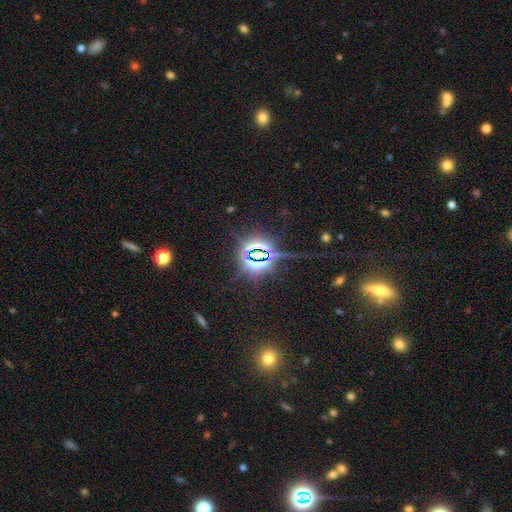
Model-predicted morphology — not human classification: This appears to be a star or artifact, not a galaxy (84%).